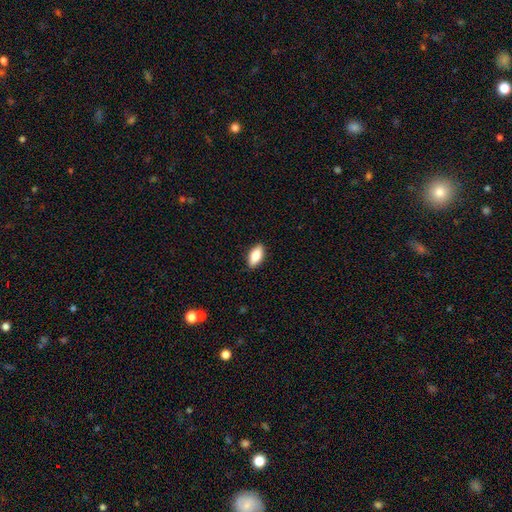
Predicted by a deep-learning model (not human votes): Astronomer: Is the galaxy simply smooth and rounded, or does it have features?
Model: smooth — 78%.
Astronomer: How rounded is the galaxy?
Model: in between — 87%.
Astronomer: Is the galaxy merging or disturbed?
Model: none — 89%.